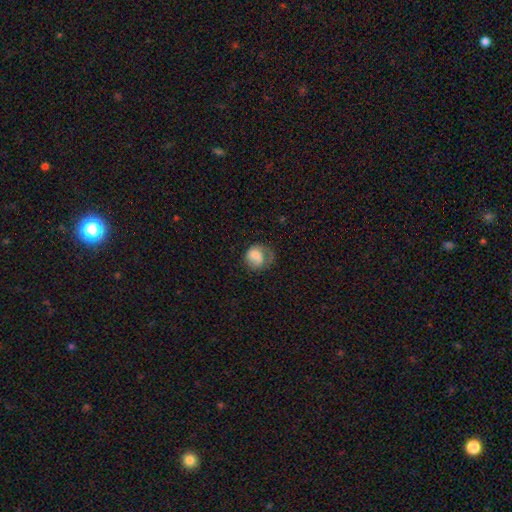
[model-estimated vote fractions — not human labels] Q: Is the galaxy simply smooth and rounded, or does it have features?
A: smooth — 67%.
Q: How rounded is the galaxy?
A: round — 64%.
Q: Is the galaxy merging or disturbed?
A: major disturbance — 37%.